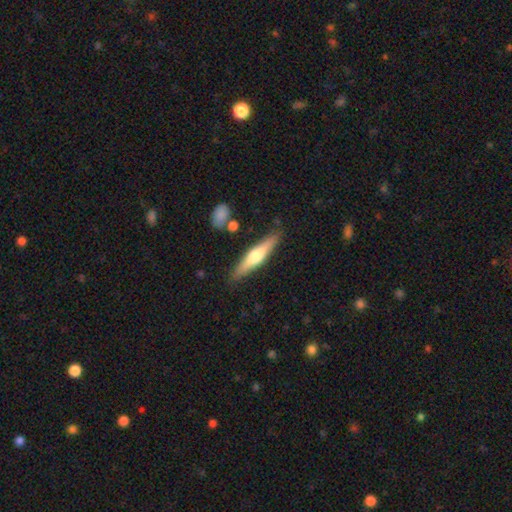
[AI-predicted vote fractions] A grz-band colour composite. It shows a featured or disk galaxy (50%) viewed edge-on (94%). Merging: none (86%).